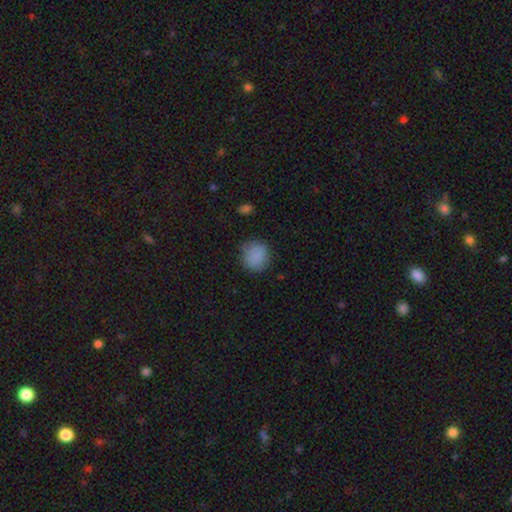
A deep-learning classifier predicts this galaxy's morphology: smooth_or_featured: smooth (p=0.85) [alt: star or artifact p=0.09]
how_rounded: round (p=0.87) [alt: in between p=0.12]
merging: none (p=0.76) [alt: minor disturbance p=0.18]